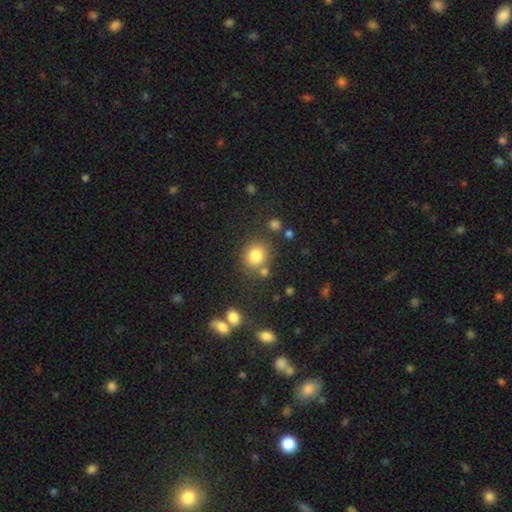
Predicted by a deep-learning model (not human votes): The model was most divided on "how rounded": round: 78%, in between: 21%, cigar-shaped: 1%. More confident: smooth or featured — smooth (81%); merging — none (73%).